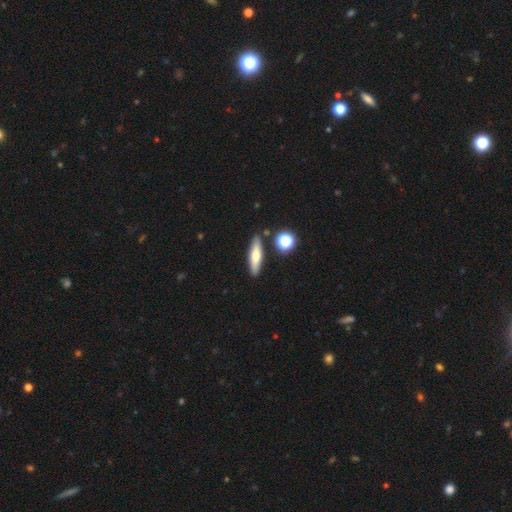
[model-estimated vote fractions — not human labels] Smooth or featured? smooth (57%)
How rounded? cigar-shaped (69%)
Merging? none (85%)